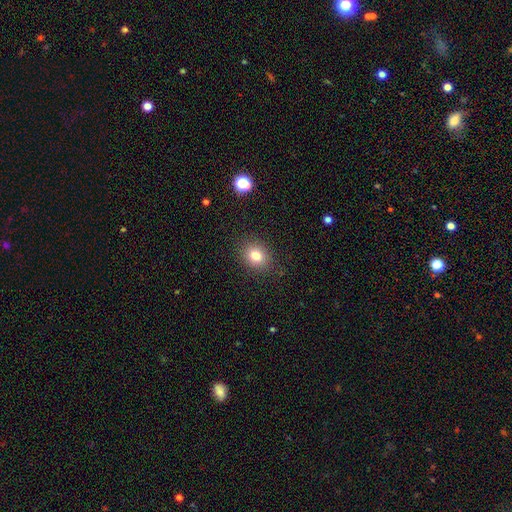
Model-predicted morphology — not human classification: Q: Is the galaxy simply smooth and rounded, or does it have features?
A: smooth — 79%.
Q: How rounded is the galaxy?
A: round — 60%.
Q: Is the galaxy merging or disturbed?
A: none — 87%.